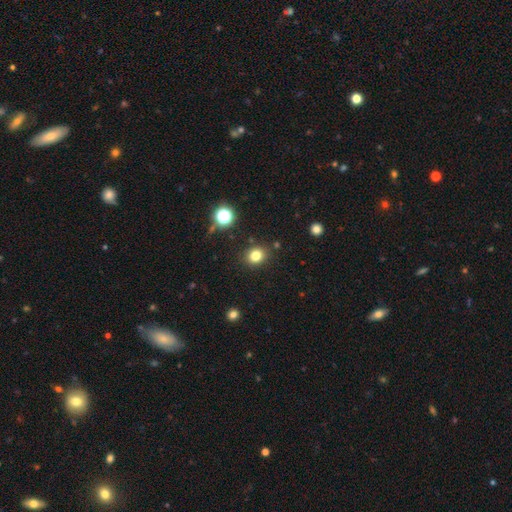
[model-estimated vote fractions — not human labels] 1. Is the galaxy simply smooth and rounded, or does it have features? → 80% smooth, 14% star or artifact, 6% featured or disk.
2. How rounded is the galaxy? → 69% round, 30% in between, 1% cigar-shaped.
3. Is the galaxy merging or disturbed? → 86% none, 8% minor disturbance, 3% major disturbance, 3% merger.